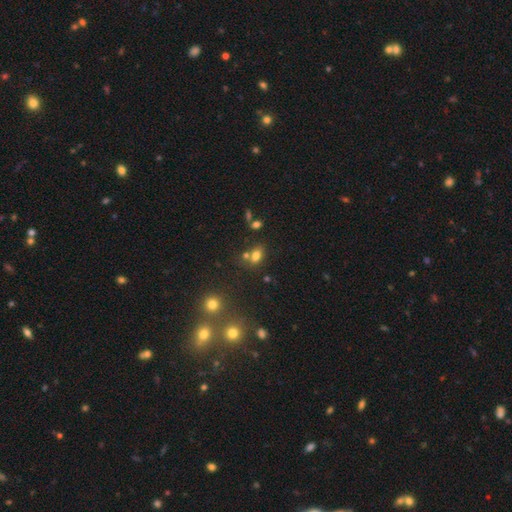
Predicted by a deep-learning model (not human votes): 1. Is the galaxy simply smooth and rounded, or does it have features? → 75% smooth, 15% star or artifact, 10% featured or disk.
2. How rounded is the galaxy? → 76% in between, 22% round, 2% cigar-shaped.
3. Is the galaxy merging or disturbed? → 55% none, 28% merger, 13% minor disturbance, 5% major disturbance.